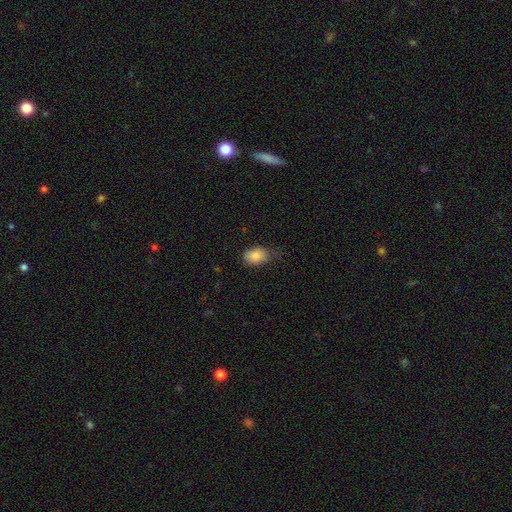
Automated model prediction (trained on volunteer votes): Smooth or featured?
  - smooth: 86% *
  - star or artifact: 8%
  - featured or disk: 6%
How rounded?
  - in between: 82% *
  - round: 16%
  - cigar-shaped: 1%
Merging?
  - none: 57% *
  - minor disturbance: 33%
  - major disturbance: 8%
  - merger: 1%